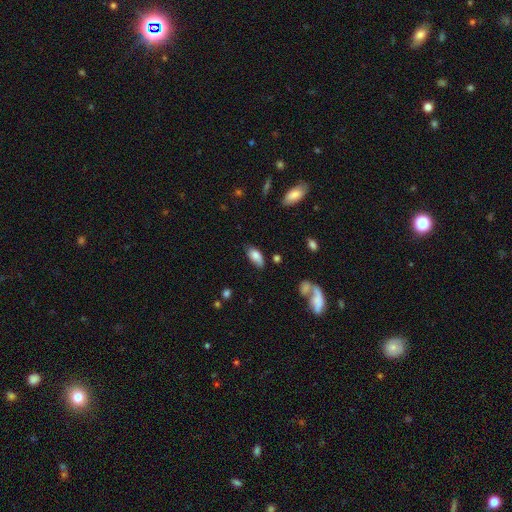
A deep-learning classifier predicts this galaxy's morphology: smooth_or_featured: smooth (p=0.78) [alt: featured or disk p=0.14]
how_rounded: in between (p=0.90) [alt: cigar-shaped p=0.07]
merging: none (p=0.58) [alt: minor disturbance p=0.30]